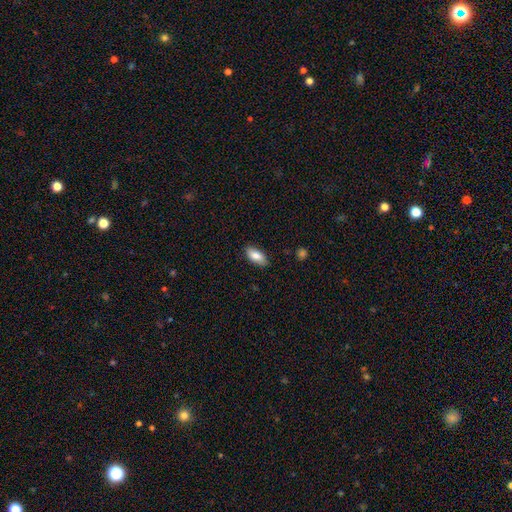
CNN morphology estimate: A smooth galaxy with no disk features (83%) that is in between round and cigar-shaped (89%). Merging: none (87%).